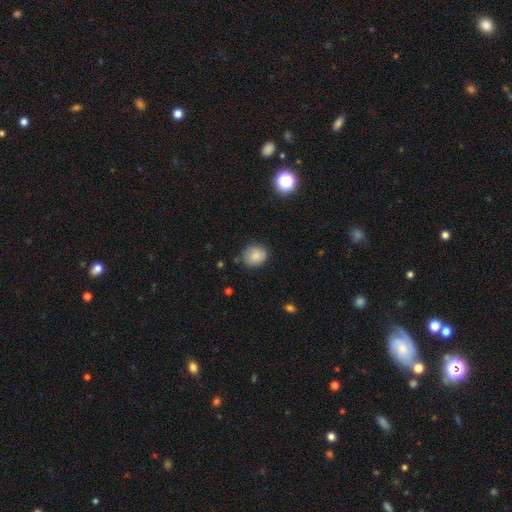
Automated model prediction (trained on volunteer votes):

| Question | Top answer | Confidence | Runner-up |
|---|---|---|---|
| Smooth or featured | smooth | 82% | featured or disk (9%) |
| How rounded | round | 75% | in between (24%) |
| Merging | none | 80% | minor disturbance (15%) |